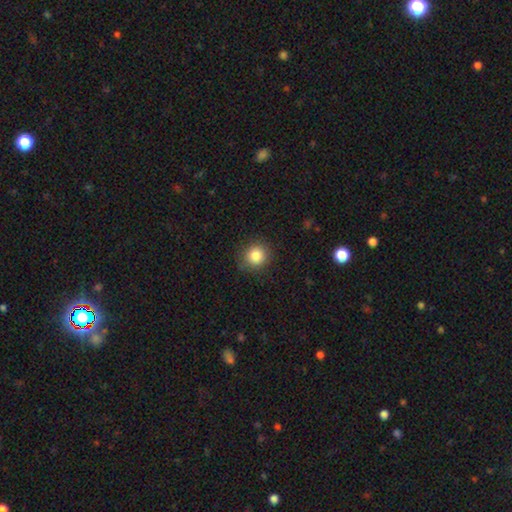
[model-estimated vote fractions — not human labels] A smooth galaxy with no disk features (84%) that is round (90%).

Vote fractions:
- Smooth or featured? smooth: 84% / star or artifact: 10% / featured or disk: 6%
- How rounded? round: 90% / in between: 9% / cigar-shaped: 1%
- Merging? none: 87% / minor disturbance: 9% / major disturbance: 3% / merger: 1%